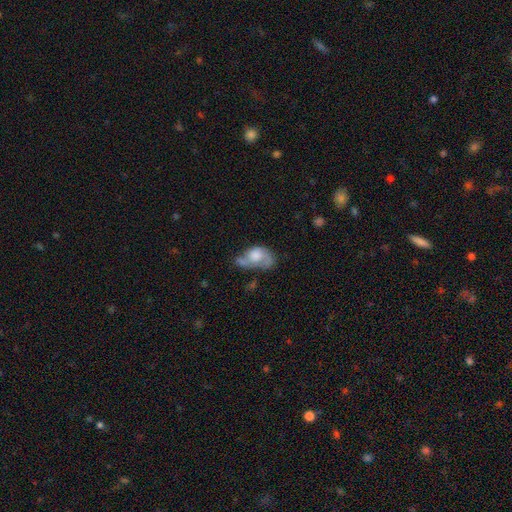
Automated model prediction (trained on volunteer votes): smooth_or_featured: smooth (p=0.50) [alt: featured or disk p=0.41]
how_rounded: in between (p=0.82) [alt: round p=0.16]
merging: major disturbance (p=0.32) [alt: minor disturbance p=0.25]